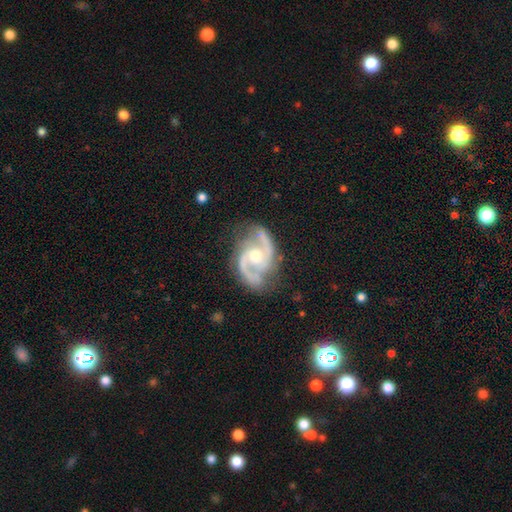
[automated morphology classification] This appears to be a featured or disk galaxy (93%) with no bar (58%), 2 (93%) medium (62%) spiral arms (98%) and a moderate central bulge (70%). Merging: none (77%).